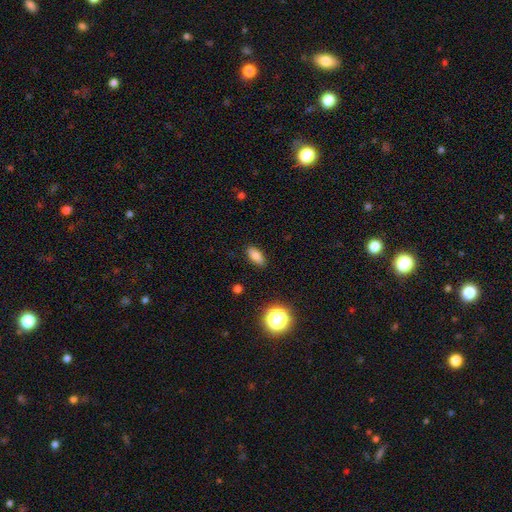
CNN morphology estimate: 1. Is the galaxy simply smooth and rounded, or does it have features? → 80% smooth, 12% star or artifact, 8% featured or disk.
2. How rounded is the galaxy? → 85% in between, 10% cigar-shaped, 5% round.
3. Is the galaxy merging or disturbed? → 87% none, 9% minor disturbance, 2% major disturbance, 1% merger.